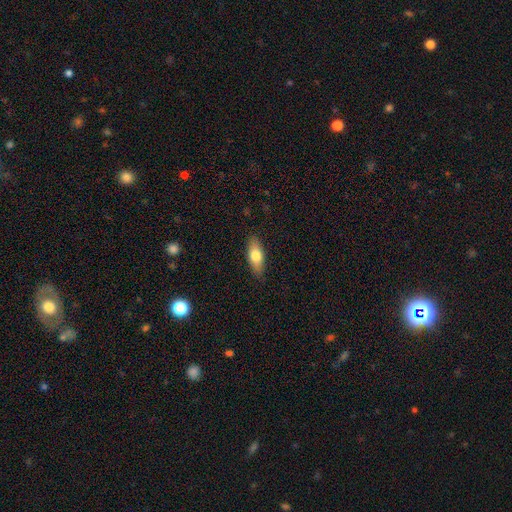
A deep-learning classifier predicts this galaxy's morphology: A smooth galaxy with no disk features (73%) that is in between round and cigar-shaped (74%). Merging: none (87%).